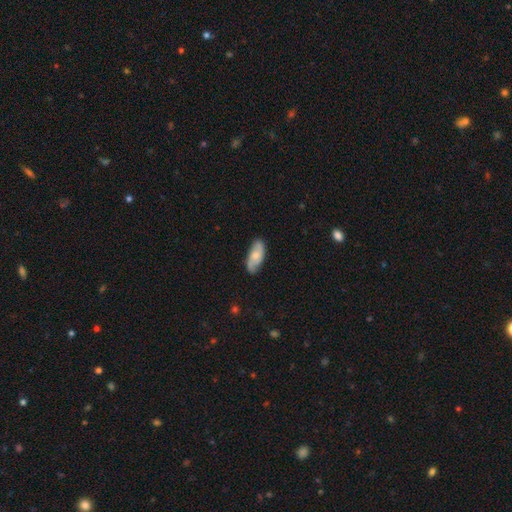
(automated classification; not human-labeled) Smooth or featured? Predicted: smooth (p=0.48). Merging? Predicted: none (p=0.80).